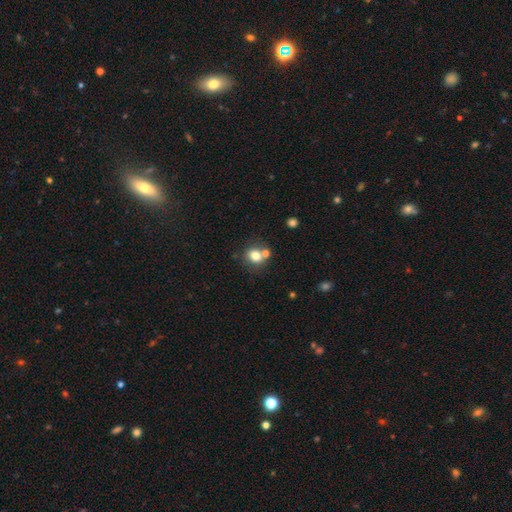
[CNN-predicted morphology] Q: Smooth or featured?
A: smooth (78%); runner-up: star or artifact (12%)
Q: How rounded?
A: round (73%); runner-up: in between (26%)
Q: Merging?
A: none (63%); runner-up: merger (22%)